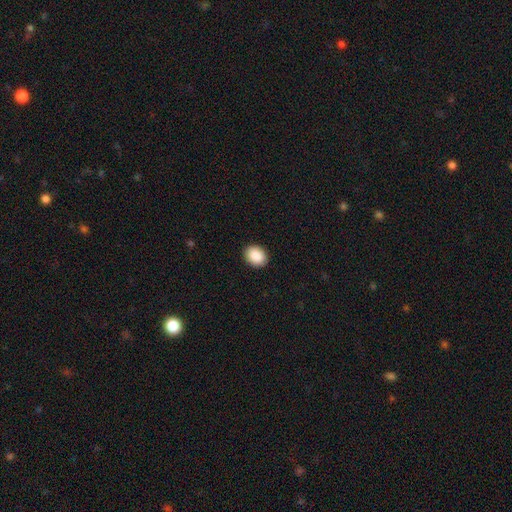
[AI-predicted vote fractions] A smooth galaxy with no disk features (90%) that is in between round and cigar-shaped (64%). Merging: none (91%).